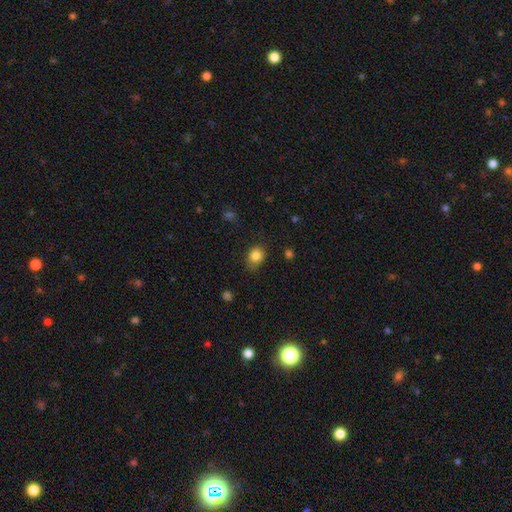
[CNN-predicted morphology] A smooth galaxy with no disk features (84%) that is round (59%). Merging: none (72%).